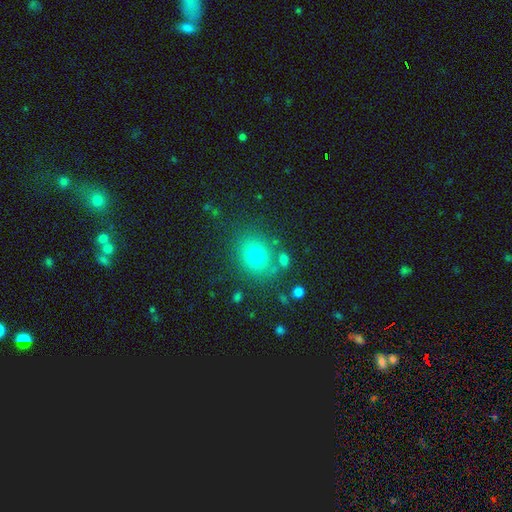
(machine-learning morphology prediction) Q: Smooth or featured?
A: smooth (75%); runner-up: star or artifact (15%)
Q: How rounded?
A: round (56%); runner-up: in between (43%)
Q: Merging?
A: none (77%); runner-up: minor disturbance (12%)